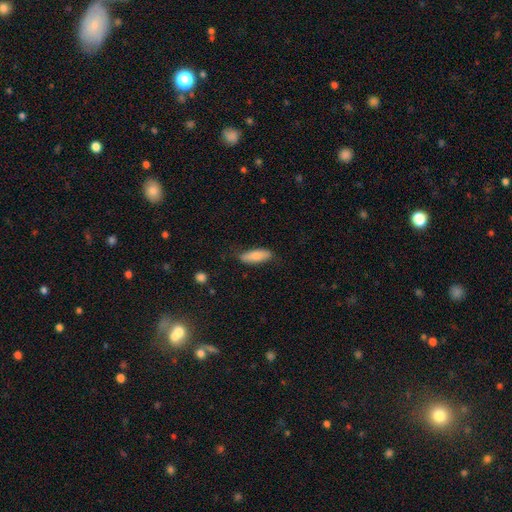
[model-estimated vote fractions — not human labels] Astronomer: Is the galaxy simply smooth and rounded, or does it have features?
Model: smooth — 81%.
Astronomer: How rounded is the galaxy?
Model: in between — 66%.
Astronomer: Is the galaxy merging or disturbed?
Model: none — 79%.